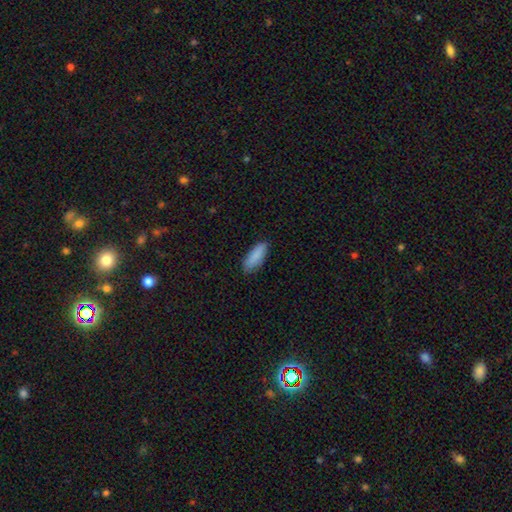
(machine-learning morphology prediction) Smooth or featured: smooth — 88% (star or artifact — 6%)
How rounded: in between — 69% (cigar-shaped — 30%)
Merging: none — 82% (minor disturbance — 14%)